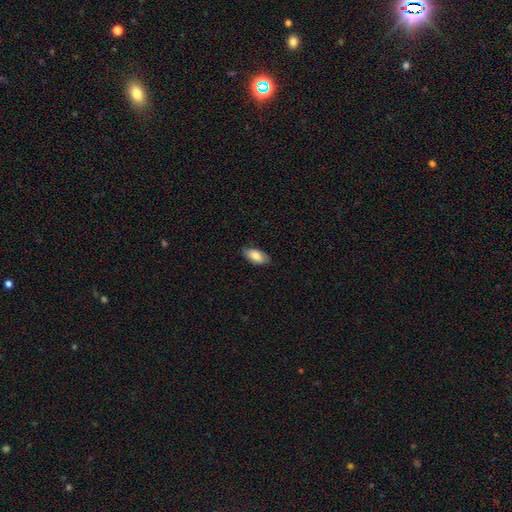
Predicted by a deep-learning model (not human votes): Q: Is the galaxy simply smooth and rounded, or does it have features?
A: smooth — 82%.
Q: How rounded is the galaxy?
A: in between — 93%.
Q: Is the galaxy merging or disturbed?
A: none — 83%.